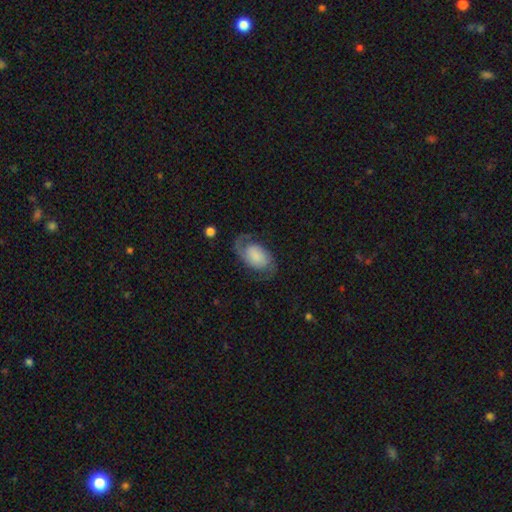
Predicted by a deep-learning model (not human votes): The model was most divided on "bulge size": none: 30%, small: 27%, large: 18%, moderate: 13%, dominant: 12%. Remaining: edge-on disk — no (97%); spiral arms — yes (94%); spiral arm count — 2 (90%); smooth or featured — featured or disk (72%); bar — no (68%); merging — none (68%); spiral winding — medium (44%).